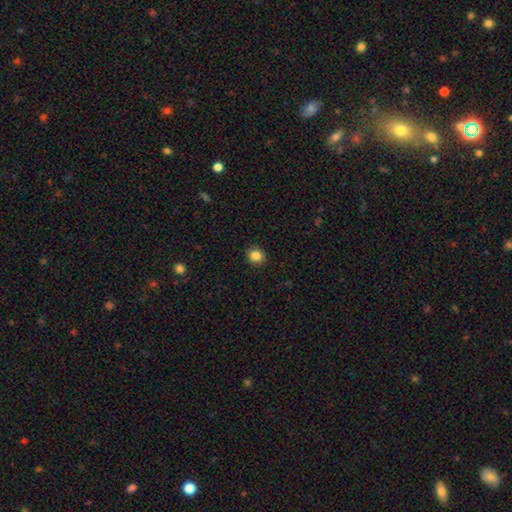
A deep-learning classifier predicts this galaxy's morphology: Smooth or featured? smooth (86%)
How rounded? round (80%)
Merging? none (91%)